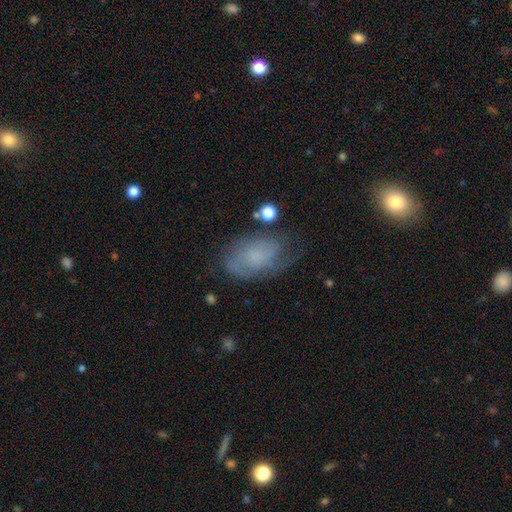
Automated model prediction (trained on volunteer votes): smooth_or_featured: featured or disk (p=0.56) [alt: smooth p=0.33]
disk_edge_on: no (p=0.96) [alt: yes p=0.04]
bar: no (p=0.76) [alt: weak p=0.21]
has_spiral_arms: yes (p=0.80) [alt: no p=0.20]
bulge_size: none (p=0.49) [alt: small p=0.27]
merging: none (p=0.58) [alt: minor disturbance p=0.25]